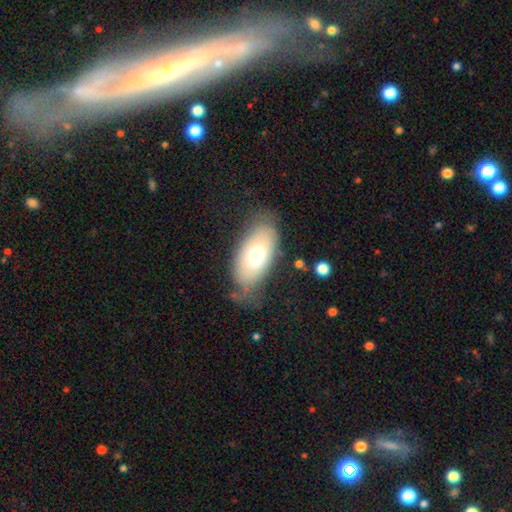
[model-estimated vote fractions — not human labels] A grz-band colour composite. It shows a smooth galaxy with no disk features (66%) that is in between round and cigar-shaped (91%). Merging: none (66%).